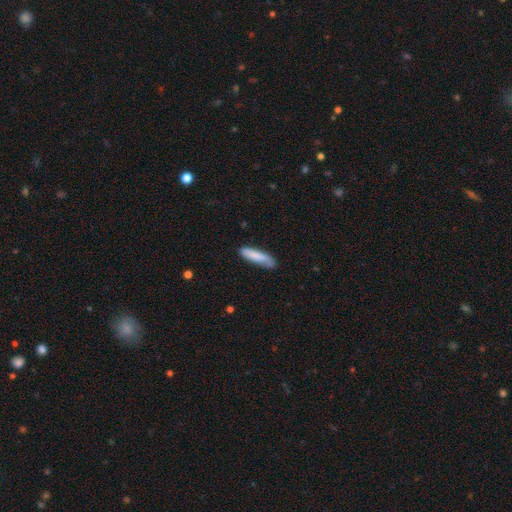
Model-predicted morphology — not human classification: Smooth or featured: smooth — 81% (featured or disk — 13%)
How rounded: cigar-shaped — 74% (in between — 25%)
Merging: none — 73% (minor disturbance — 21%)